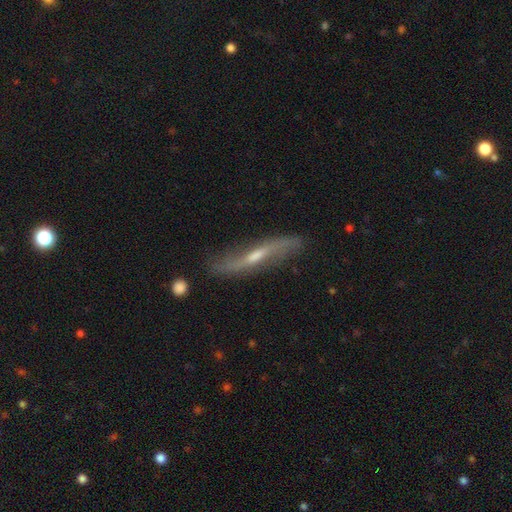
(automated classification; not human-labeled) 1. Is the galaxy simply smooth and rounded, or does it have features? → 72% featured or disk, 21% smooth, 6% star or artifact.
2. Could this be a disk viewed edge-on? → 50% no (tied), 50% yes (tied).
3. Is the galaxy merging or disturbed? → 71% none, 20% minor disturbance, 6% major disturbance, 3% merger.